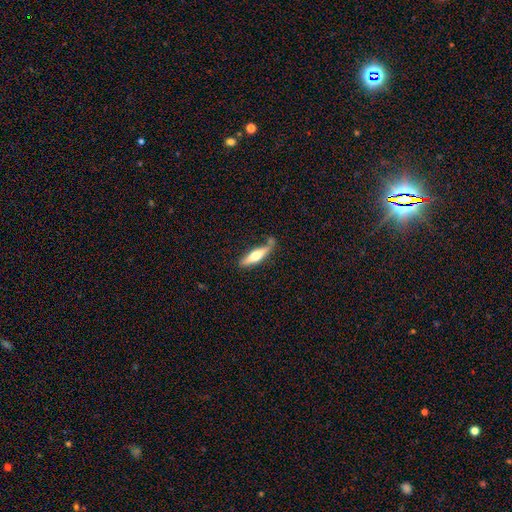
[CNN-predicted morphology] This appears to be a smooth galaxy with no disk features (51%) that is cigar-shaped (72%). Merging: none (69%).